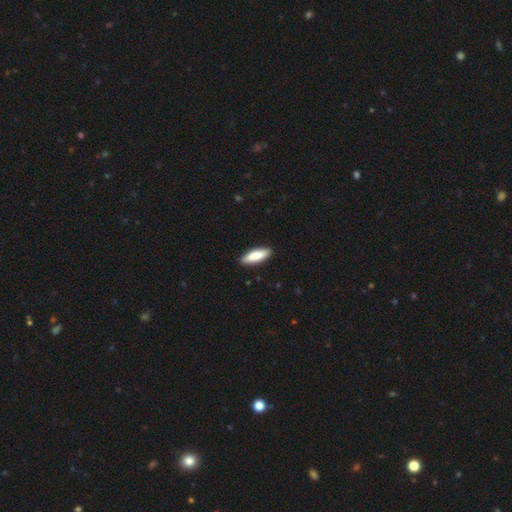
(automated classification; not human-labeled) smooth_or_featured: smooth (p=0.82) [alt: featured or disk p=0.13]
how_rounded: in between (p=0.50) [alt: cigar-shaped p=0.49]
merging: none (p=0.90) [alt: minor disturbance p=0.07]